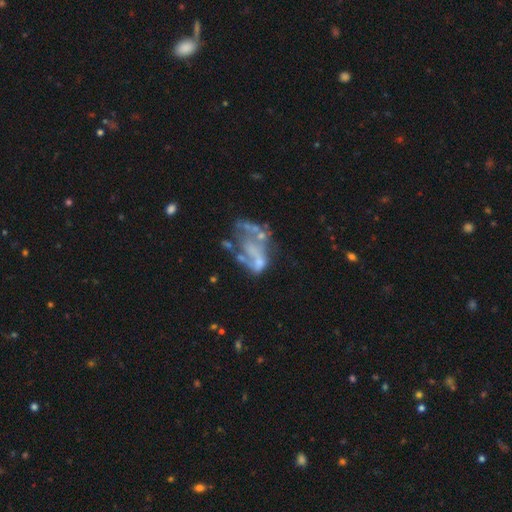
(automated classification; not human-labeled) Overall: featured or disk (67%). Edge-on disk: no (97%). Bar: no (86%). Spiral arms: no (85%). Bulge size: none (70%). Merging: major disturbance (34%; none 29%).